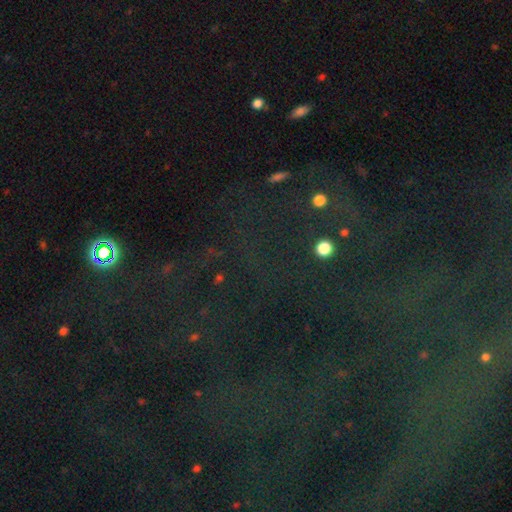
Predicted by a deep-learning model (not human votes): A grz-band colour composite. It shows a star or artifact, not a galaxy (75%).